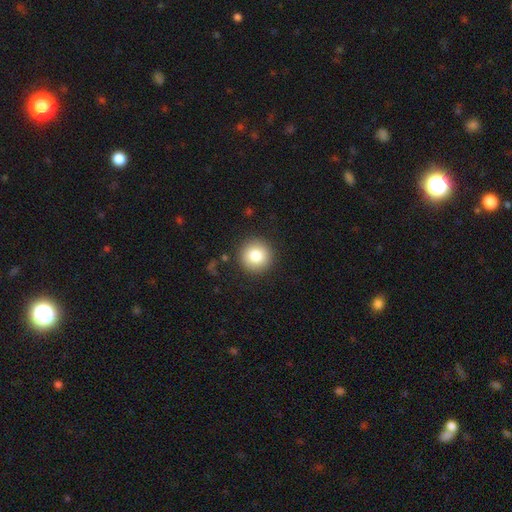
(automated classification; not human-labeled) Smooth or featured?
  - smooth: 82% *
  - star or artifact: 9%
  - featured or disk: 8%
How rounded?
  - round: 95% *
  - in between: 4%
  - cigar-shaped: 1%
Merging?
  - none: 90% *
  - minor disturbance: 6%
  - major disturbance: 2%
  - merger: 1%